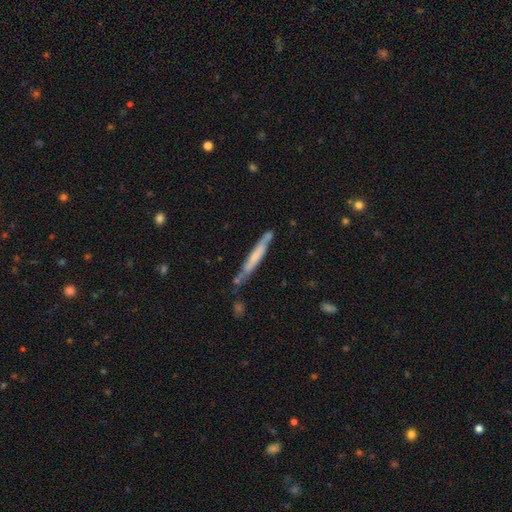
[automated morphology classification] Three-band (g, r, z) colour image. It shows a smooth galaxy with no disk features (50%) that is cigar-shaped (96%). Merging: none (70%).